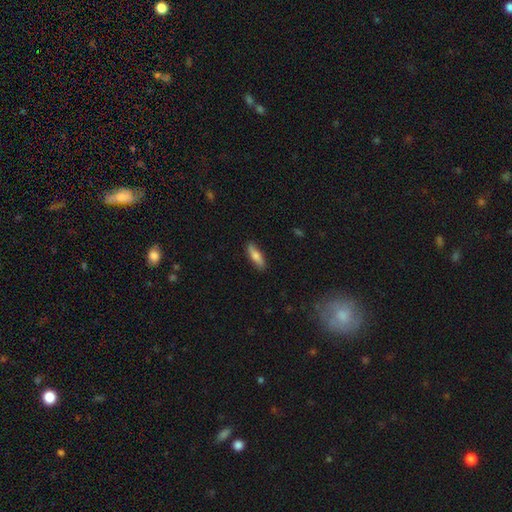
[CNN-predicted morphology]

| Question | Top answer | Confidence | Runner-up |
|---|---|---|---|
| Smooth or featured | smooth | 71% | featured or disk (24%) |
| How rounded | cigar-shaped | 56% | in between (42%) |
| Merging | none | 87% | minor disturbance (10%) |